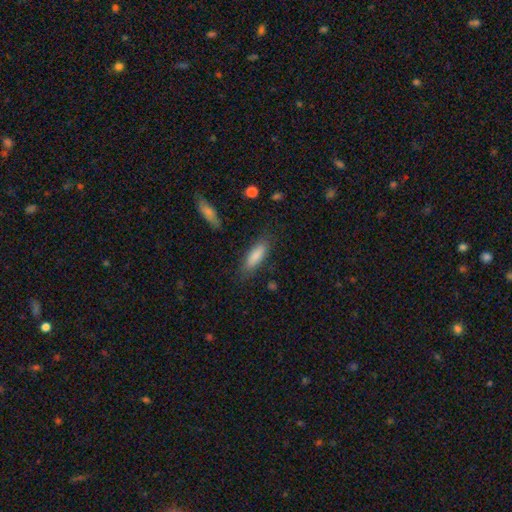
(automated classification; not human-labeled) smooth_or_featured: smooth (p=0.85) [alt: featured or disk p=0.09]
how_rounded: in between (p=0.54) [alt: cigar-shaped p=0.44]
merging: none (p=0.81) [alt: minor disturbance p=0.13]